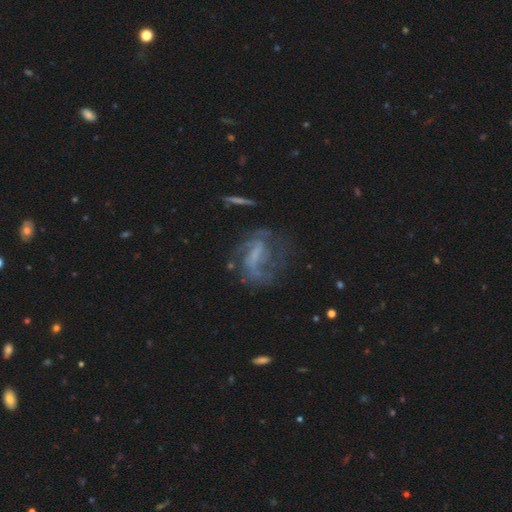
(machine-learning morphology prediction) smooth-or-featured: featured or disk: 76% | smooth: 13% | star or artifact: 10%
  disk-edge-on: no: 95% | yes: 5%
    bar: weak: 42% | strong: 32% | no: 26%
    has-spiral-arms: yes: 82% | no: 18%
      spiral-winding: medium: 41% | loose: 38% | tight: 21%
      spiral-arm-count: 2: 56% | can't tell: 22% | 1: 10% | 3: 8% | 4: 3% | more than 4: 2%
    bulge-size: none: 51% | small: 30% | moderate: 15% | large: 4% | dominant: 1%
  merging: none: 50% | major disturbance: 27% | minor disturbance: 19% | merger: 4%